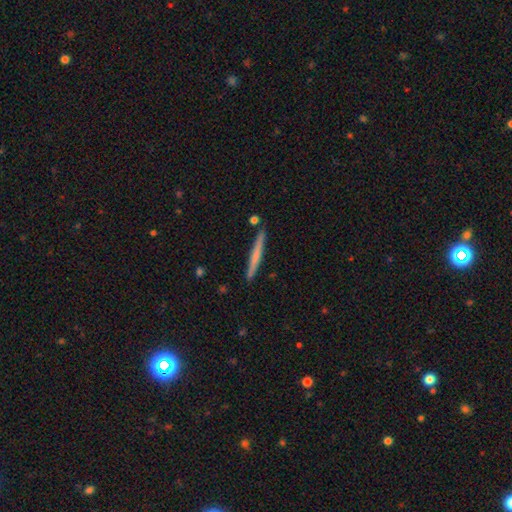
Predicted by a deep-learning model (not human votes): Smooth or featured? smooth (54%)
How rounded? cigar-shaped (97%)
Merging? none (89%)